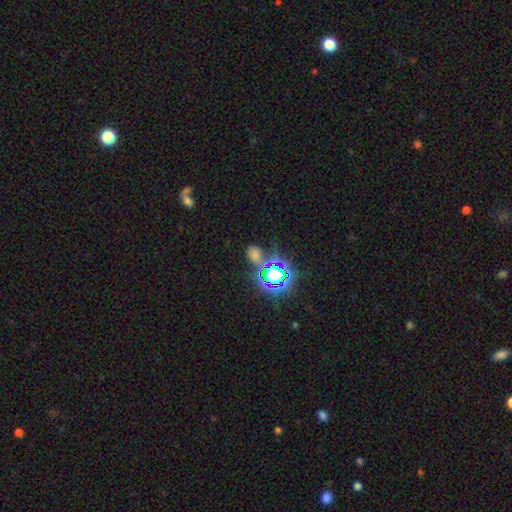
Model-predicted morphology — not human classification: Q: Smooth or featured?
A: star or artifact (58%); runner-up: smooth (33%)